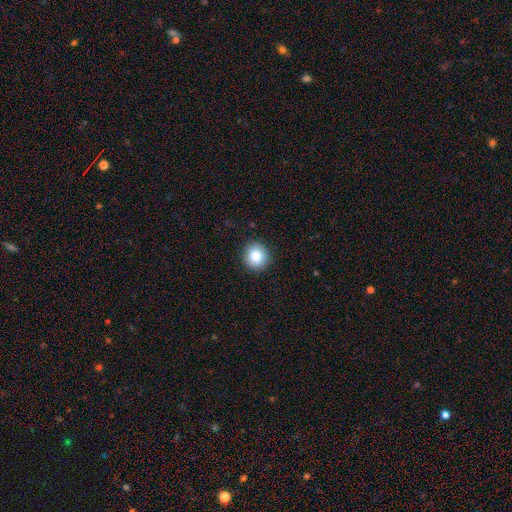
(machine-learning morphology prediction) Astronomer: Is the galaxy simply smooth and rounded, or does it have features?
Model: smooth — 84%.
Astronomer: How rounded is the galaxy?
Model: round — 90%.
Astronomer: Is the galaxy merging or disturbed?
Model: none — 91%.